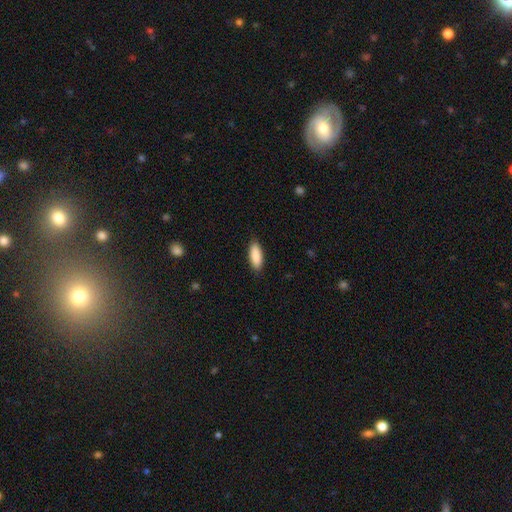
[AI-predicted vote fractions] smooth-or-featured: smooth: 90% | star or artifact: 6% | featured or disk: 5%
  how-rounded: in between: 73% | cigar-shaped: 25% | round: 2%
  merging: none: 88% | minor disturbance: 9% | major disturbance: 2% | merger: 1%